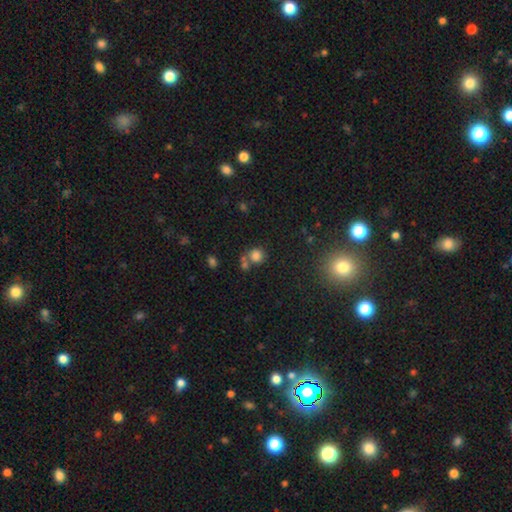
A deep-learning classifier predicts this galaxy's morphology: The model was most divided on "merging": none: 55%, merger: 31%, minor disturbance: 10%, major disturbance: 5%. More confident: how rounded — round (87%); smooth or featured — smooth (79%).